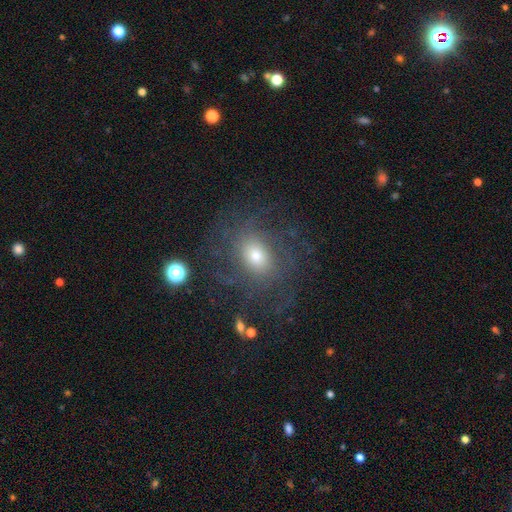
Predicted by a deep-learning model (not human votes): Overall: featured or disk (59%; smooth 27%). Edge-on disk: no (95%). Bar: no (77%). Spiral arms: yes (77%). Bulge size: moderate (46%; small 40%). Merging: none (68%).